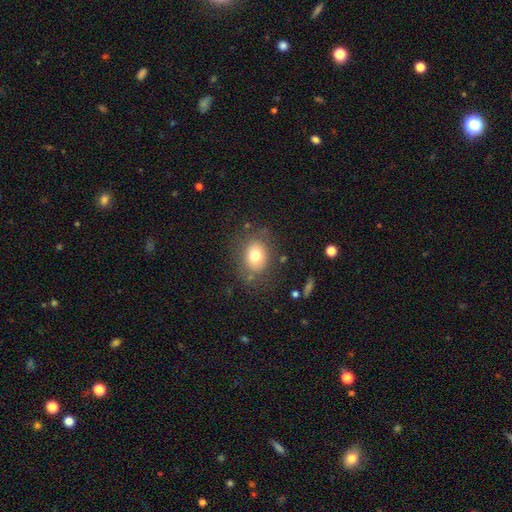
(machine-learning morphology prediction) Q: Smooth or featured?
A: smooth (76%); runner-up: featured or disk (14%)
Q: How rounded?
A: in between (53%); runner-up: round (46%)
Q: Merging?
A: none (76%); runner-up: minor disturbance (15%)